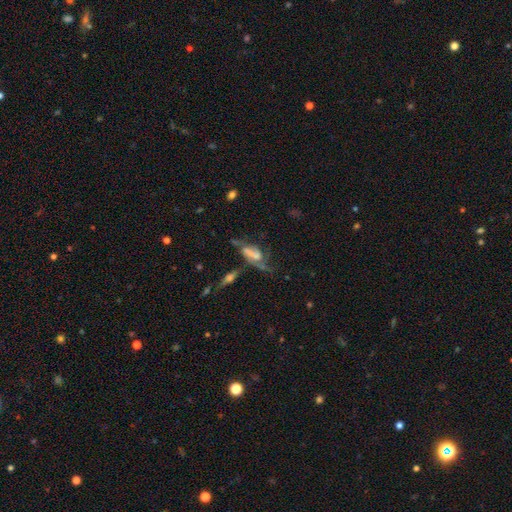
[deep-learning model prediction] Smooth or featured: featured or disk — 55% (smooth — 24%)
Edge-on disk: no — 75% (yes — 25%)
Merging: none — 38% (major disturbance — 27%)